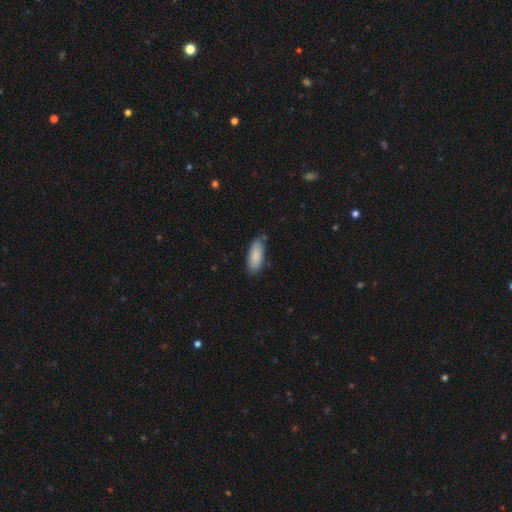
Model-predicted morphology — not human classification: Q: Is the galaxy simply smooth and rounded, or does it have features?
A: smooth — 86%.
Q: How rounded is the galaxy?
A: in between — 76%.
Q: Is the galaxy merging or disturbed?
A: none — 71%.